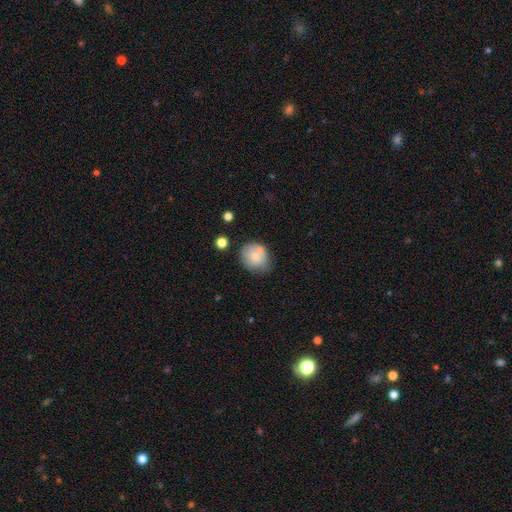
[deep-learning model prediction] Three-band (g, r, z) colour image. It shows a smooth galaxy with no disk features (73%) that is round (63%). Merging: none (55%).